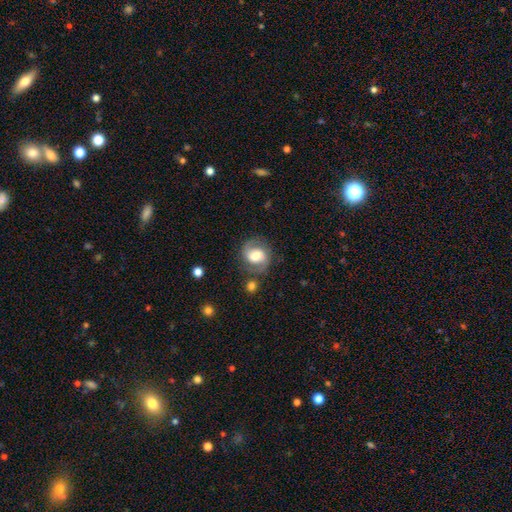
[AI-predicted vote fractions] A featured or disk galaxy (61%) with a weak bar (45%), 2 (88%) medium (51%) spiral arms (86%) and a moderate central bulge (48%). Merging: none (71%).